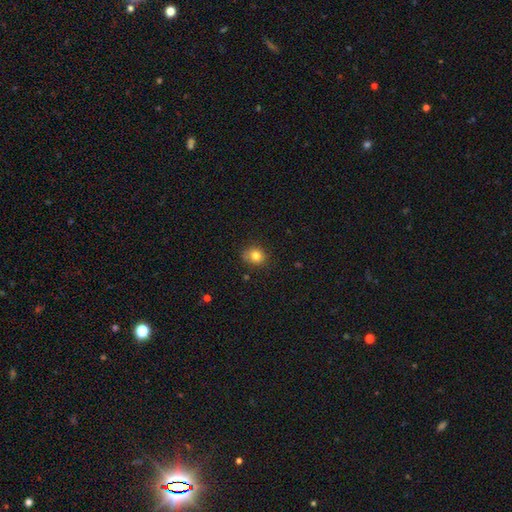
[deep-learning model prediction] The model was most divided on "how rounded": round: 64%, in between: 35%, cigar-shaped: 1%. More confident: smooth or featured — smooth (81%); merging — none (79%).